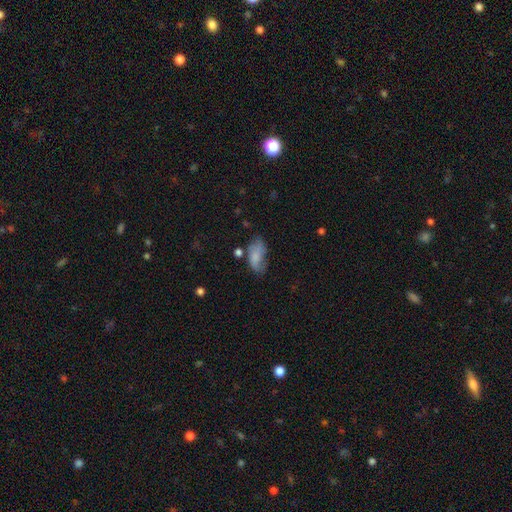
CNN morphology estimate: Q: Smooth or featured?
A: smooth (73%); runner-up: featured or disk (19%)
Q: How rounded?
A: in between (91%); runner-up: cigar-shaped (5%)
Q: Merging?
A: none (45%); runner-up: minor disturbance (31%)